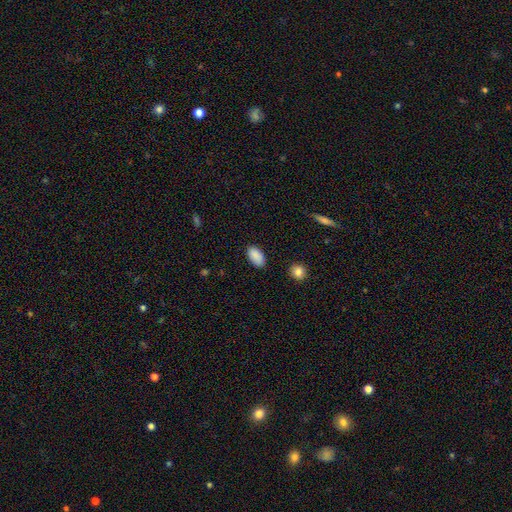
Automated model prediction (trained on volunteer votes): Overall: smooth (89%). How rounded: in between (94%). Merging: none (84%).